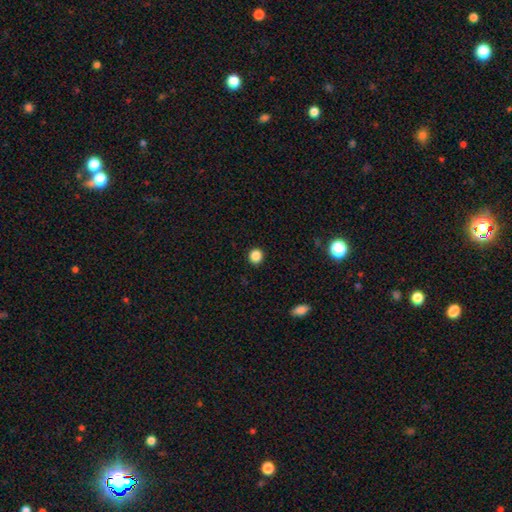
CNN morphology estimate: smooth_or_featured: smooth (p=0.86) [alt: star or artifact p=0.11]
how_rounded: round (p=0.90) [alt: in between p=0.09]
merging: none (p=0.92) [alt: minor disturbance p=0.05]